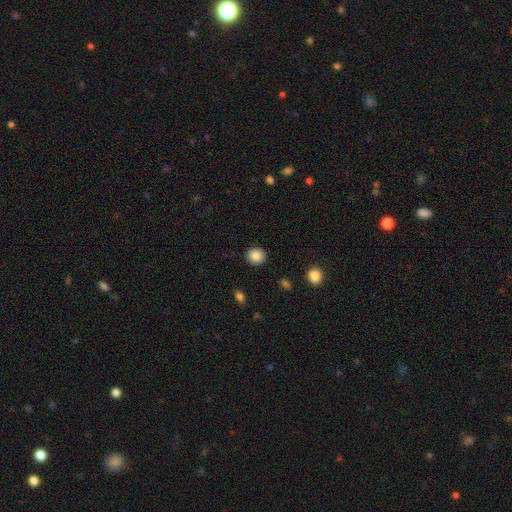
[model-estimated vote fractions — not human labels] Smooth or featured? smooth (87%)
How rounded? round (83%)
Merging? none (91%)